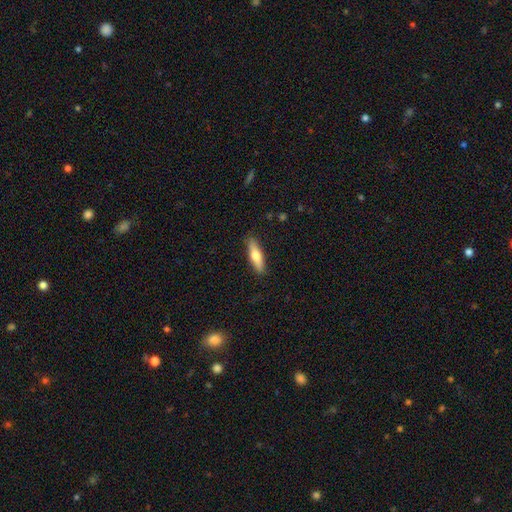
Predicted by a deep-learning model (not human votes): Smooth or featured? smooth (59%)
How rounded? cigar-shaped (71%)
Merging? none (89%)